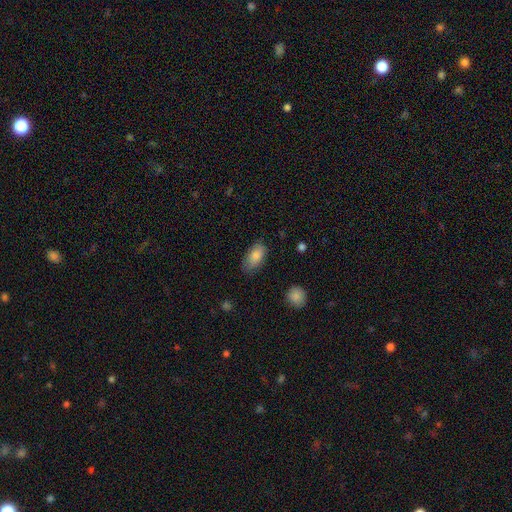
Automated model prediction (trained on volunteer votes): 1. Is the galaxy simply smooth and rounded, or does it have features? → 85% smooth, 9% featured or disk, 7% star or artifact.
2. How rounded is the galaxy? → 92% in between, 4% cigar-shaped, 3% round.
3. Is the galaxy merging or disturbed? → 76% none, 19% minor disturbance, 4% major disturbance, 1% merger.